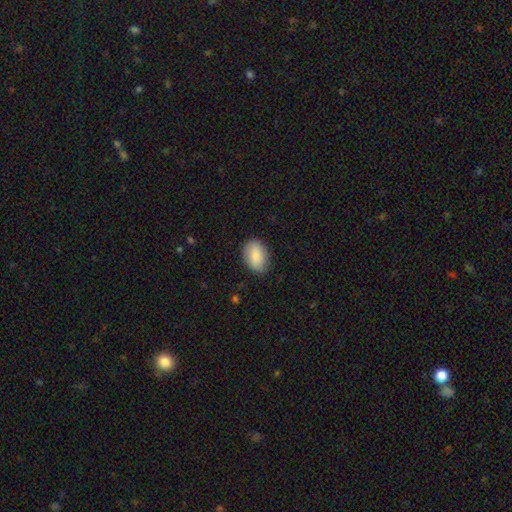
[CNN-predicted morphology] Smooth or featured? smooth (85%)
How rounded? in between (83%)
Merging? none (81%)